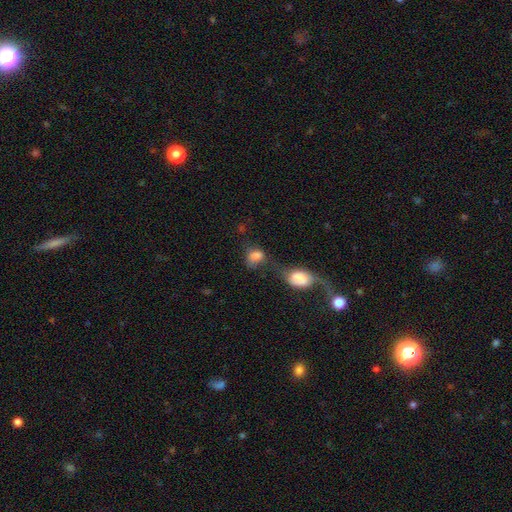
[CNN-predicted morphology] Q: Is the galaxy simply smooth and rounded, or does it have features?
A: smooth — 78%.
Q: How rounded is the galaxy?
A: in between — 66%.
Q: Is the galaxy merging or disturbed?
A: merger — 46%.